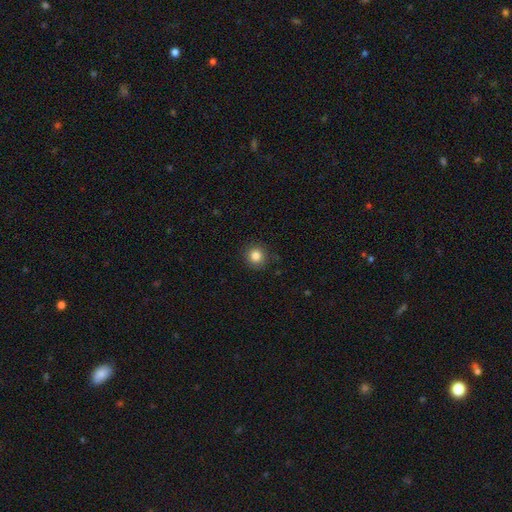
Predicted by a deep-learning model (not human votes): Smooth or featured: smooth — 84% (star or artifact — 11%)
How rounded: round — 91% (in between — 8%)
Merging: none — 88% (minor disturbance — 8%)